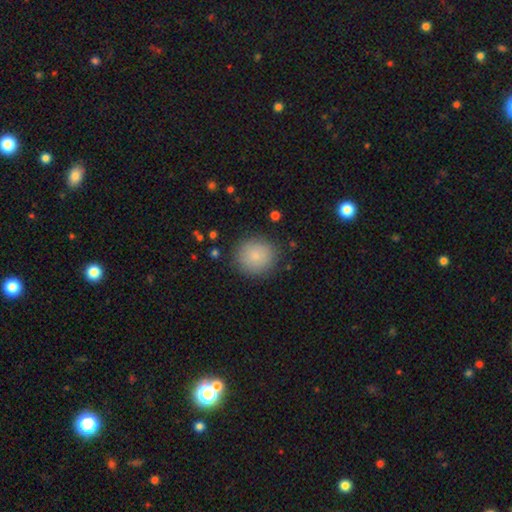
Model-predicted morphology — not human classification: A smooth galaxy with no disk features (83%) that is round (90%).

Vote fractions:
- Smooth or featured? smooth: 83% / star or artifact: 9% / featured or disk: 8%
- How rounded? round: 90% / in between: 9% / cigar-shaped: 1%
- Merging? none: 86% / minor disturbance: 9% / major disturbance: 3% / merger: 1%